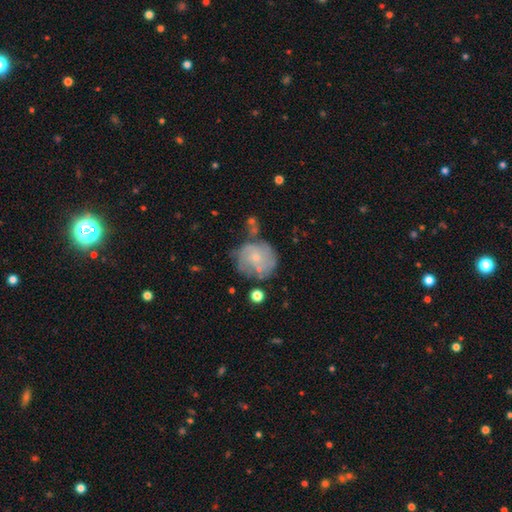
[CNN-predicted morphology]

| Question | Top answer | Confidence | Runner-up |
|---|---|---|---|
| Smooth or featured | featured or disk | 58% | smooth (33%) |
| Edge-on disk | no | 98% | yes (2%) |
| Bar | no | 81% | weak (17%) |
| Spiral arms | yes | 73% | no (27%) |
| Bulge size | small | 78% | moderate (16%) |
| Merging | none | 53% | minor disturbance (25%) |